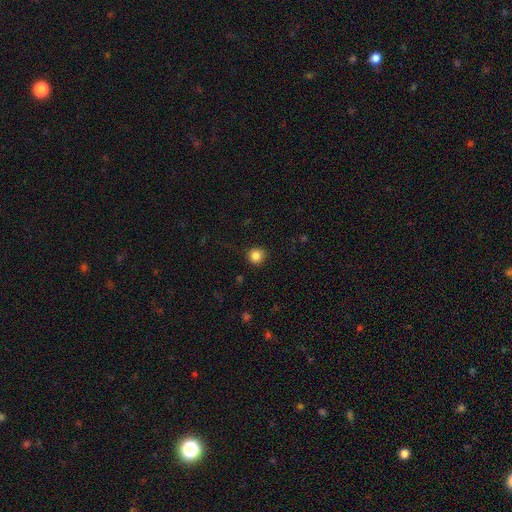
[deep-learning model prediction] This is clearly a smooth galaxy (85%). How rounded: clearly round (92%). Merging: clearly none (88%).